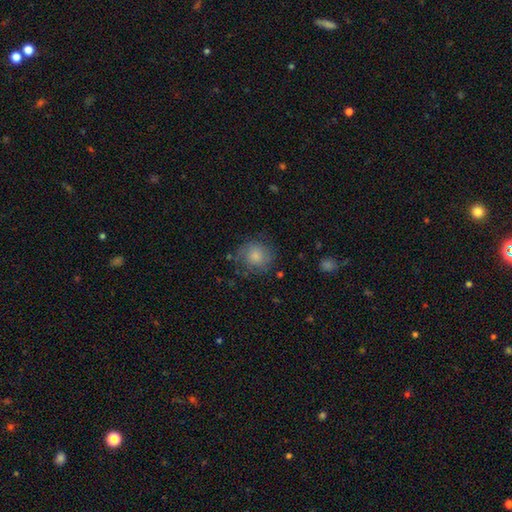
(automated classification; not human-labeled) This appears to be a smooth galaxy with no disk features (72%) that is round (85%). Merging: none (69%).